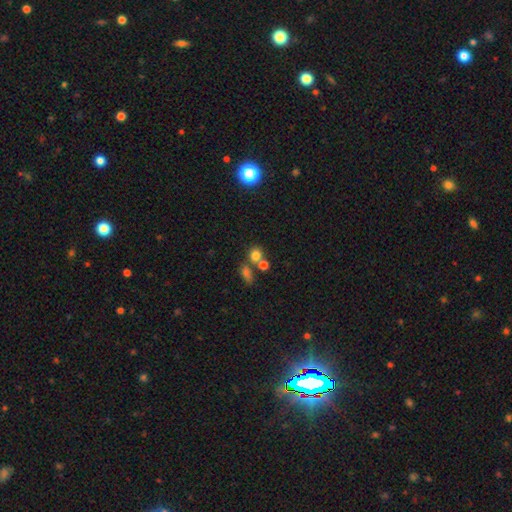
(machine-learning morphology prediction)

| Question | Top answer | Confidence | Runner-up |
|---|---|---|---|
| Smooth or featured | smooth | 75% | star or artifact (16%) |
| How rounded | round | 77% | in between (22%) |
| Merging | none | 52% | merger (34%) |